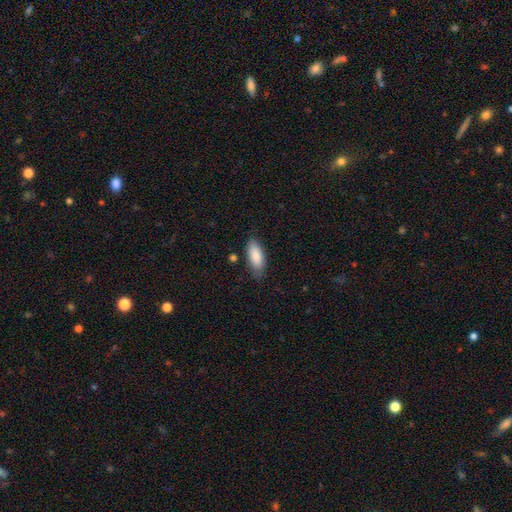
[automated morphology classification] Smooth or featured? smooth (86%)
How rounded? in between (81%)
Merging? none (77%)